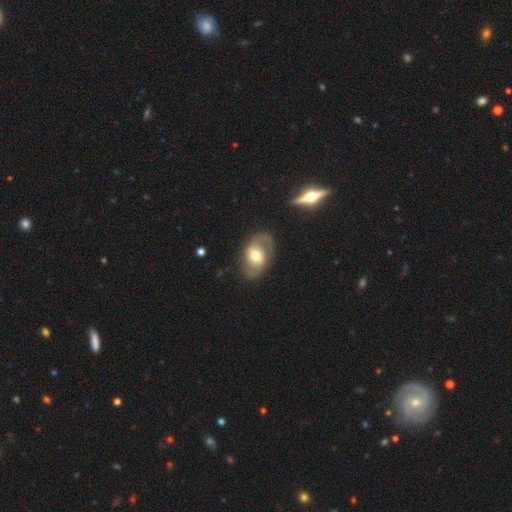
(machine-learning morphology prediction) This is likely a featured or disk galaxy (70%). It is clearly not viewed edge-on (95%). Bar: possibly no (53%). Spiral arm pattern: clearly yes (81%). Spiral arm count: clearly 2 (88%). Spiral winding: marginally medium (44%). Central bulge: likely moderate (69%). Merging: likely none (76%).